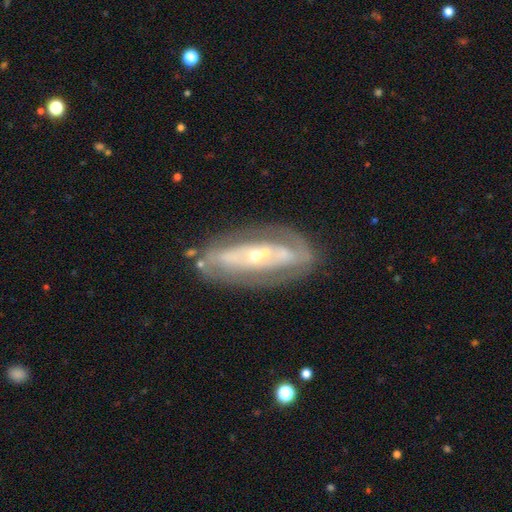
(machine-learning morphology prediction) featured or disk 78%, smooth 16%, star or artifact 6%. Down the decision tree: edge-on disk — no (86%); bar — no (62%); spiral arms — yes (55%); bulge size — small (63%); merging — none (69%).